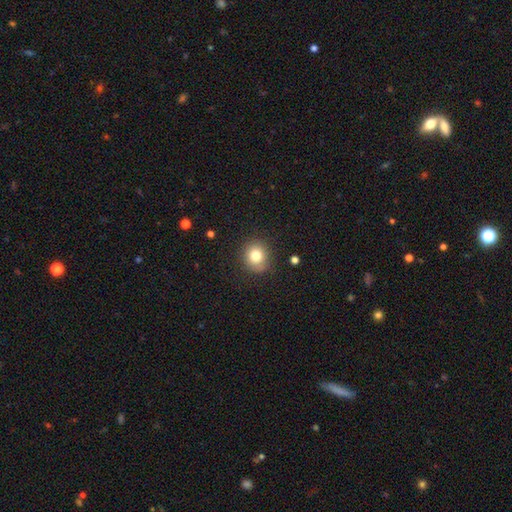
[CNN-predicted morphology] Smooth or featured? smooth (81%)
How rounded? round (83%)
Merging? none (84%)